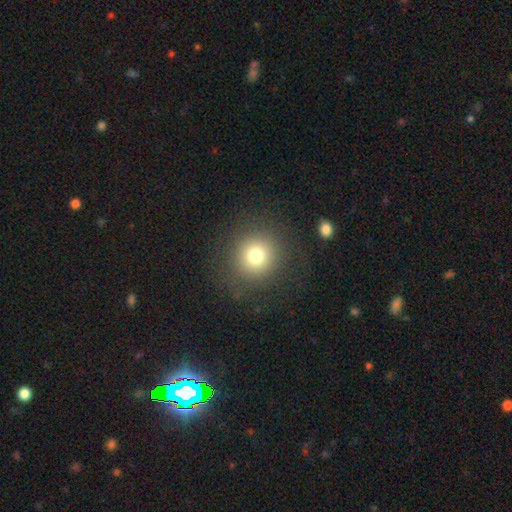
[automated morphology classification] This appears to be a smooth galaxy with no disk features (75%) that is round (92%). Merging: none (86%).